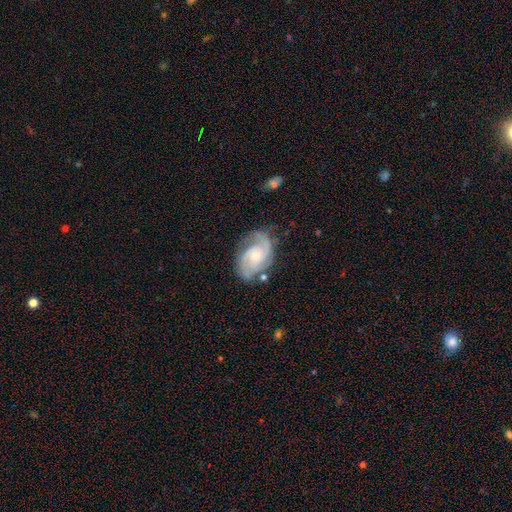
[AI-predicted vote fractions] This appears to be a featured or disk galaxy (86%) with no bar (61%), 2 (56%) medium (46%) spiral arms (97%) and a small central bulge (55%). Merging: none (69%).